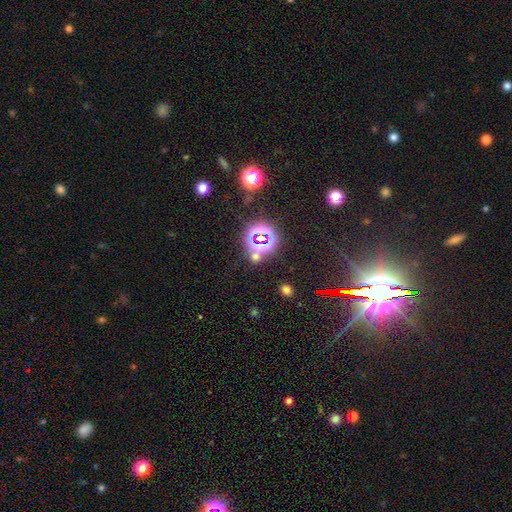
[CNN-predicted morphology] Q: Smooth or featured?
A: star or artifact (64%); runner-up: smooth (28%)